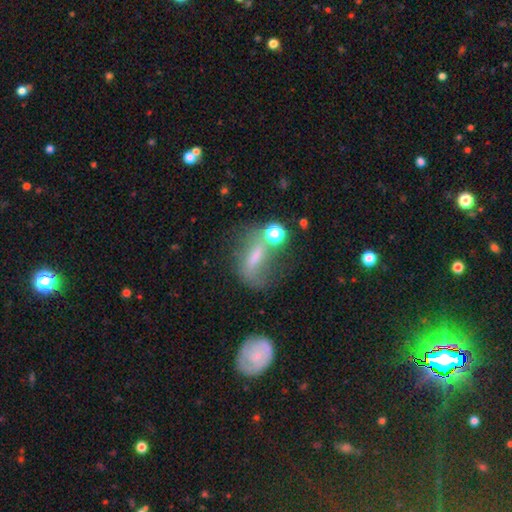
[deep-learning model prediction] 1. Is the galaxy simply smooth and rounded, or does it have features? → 46% smooth, 35% featured or disk, 18% star or artifact.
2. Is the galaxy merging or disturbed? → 37% none, 25% major disturbance, 21% minor disturbance, 17% merger.